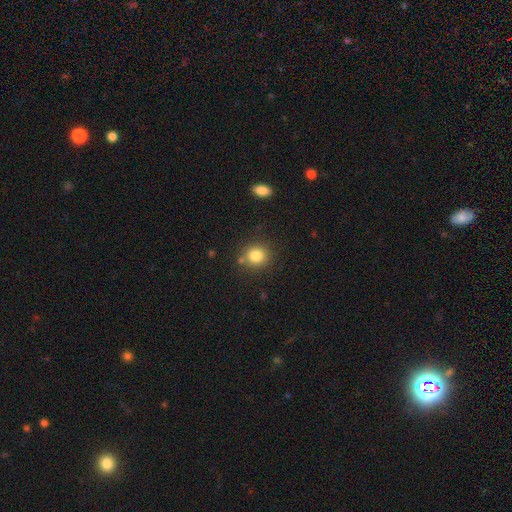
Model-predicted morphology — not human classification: type=smooth (82%); roundness=round (85%); merging=none (79%).